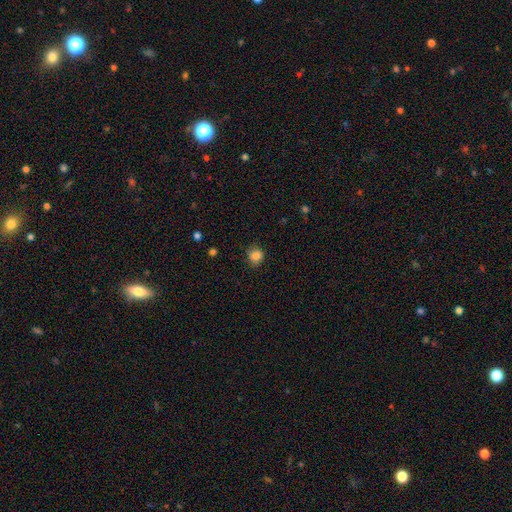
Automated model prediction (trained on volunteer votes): Smooth or featured?
  - smooth: 84% *
  - star or artifact: 11%
  - featured or disk: 5%
How rounded?
  - round: 81% *
  - in between: 19%
  - cigar-shaped: 1%
Merging?
  - none: 81% *
  - minor disturbance: 15%
  - major disturbance: 3%
  - merger: 1%